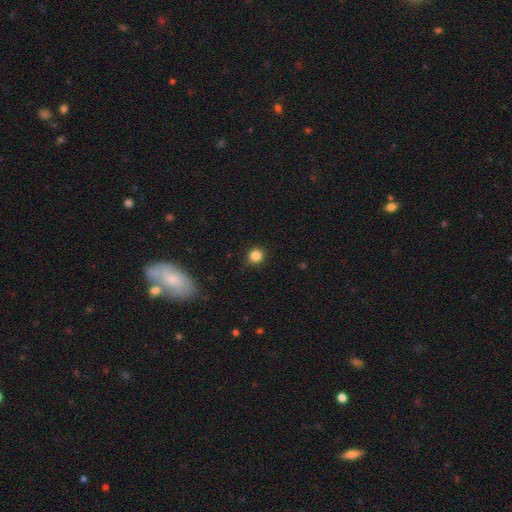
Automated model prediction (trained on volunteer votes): Morphology: type=smooth (84%); roundness=round (92%); merging=none (89%).